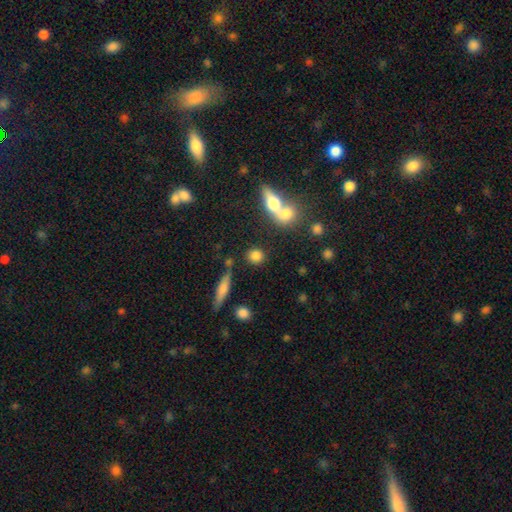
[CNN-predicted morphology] Smooth or featured? smooth (81%)
How rounded? round (75%)
Merging? none (70%)